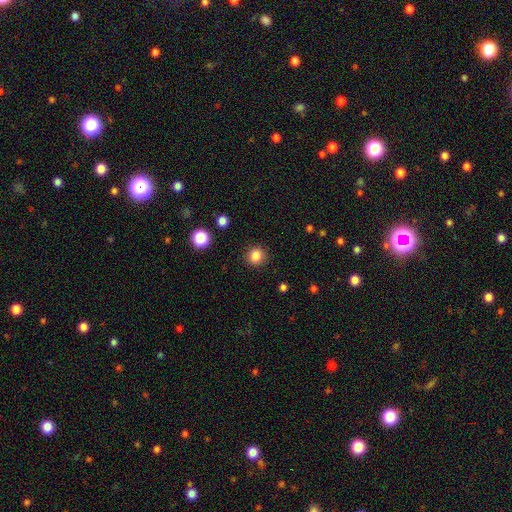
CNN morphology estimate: Smooth or featured? smooth (85%)
How rounded? round (89%)
Merging? none (90%)